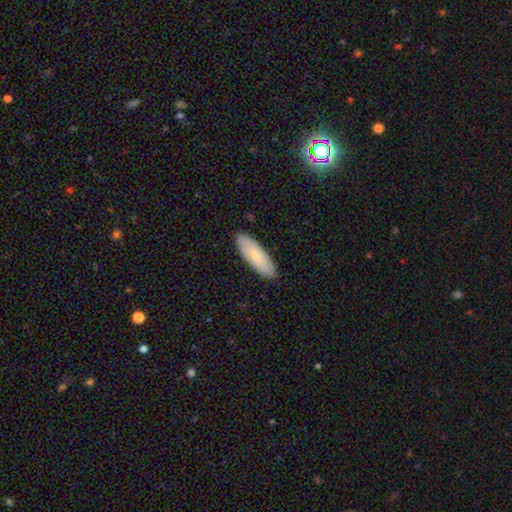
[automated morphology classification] Q: Smooth or featured?
A: smooth (76%); runner-up: featured or disk (19%)
Q: How rounded?
A: in between (61%); runner-up: cigar-shaped (37%)
Q: Merging?
A: none (89%); runner-up: minor disturbance (9%)